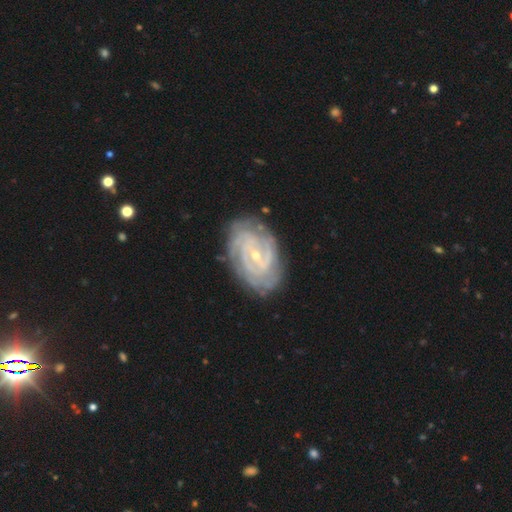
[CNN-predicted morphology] Q: Smooth or featured?
A: featured or disk (89%); runner-up: smooth (6%)
Q: Edge-on disk?
A: no (97%); runner-up: yes (3%)
Q: Bar?
A: no (43%); runner-up: weak (42%)
Q: Spiral arms?
A: yes (98%); runner-up: no (2%)
Q: Spiral winding?
A: tight (77%); runner-up: medium (20%)
Q: Spiral arm count?
A: 2 (34%); runner-up: can't tell (22%)
Q: Bulge size?
A: small (74%); runner-up: moderate (23%)
Q: Merging?
A: none (80%); runner-up: minor disturbance (15%)